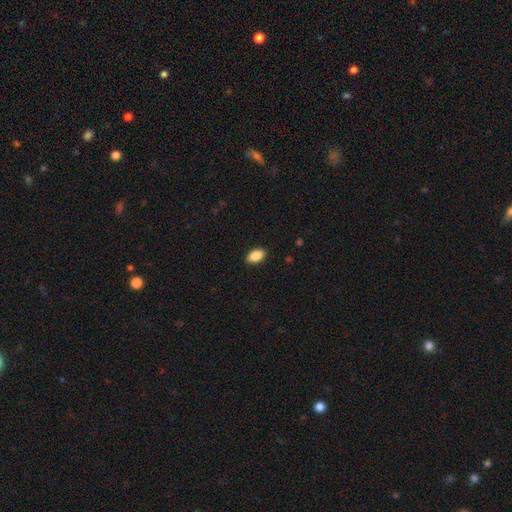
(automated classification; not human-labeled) Overall: smooth (87%). How rounded: in between (92%). Merging: none (89%).